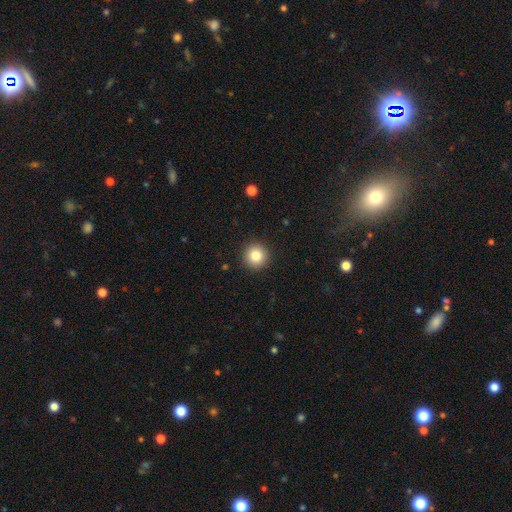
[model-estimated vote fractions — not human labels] Q: Smooth or featured?
A: smooth (83%); runner-up: star or artifact (10%)
Q: How rounded?
A: round (95%); runner-up: in between (4%)
Q: Merging?
A: none (92%); runner-up: minor disturbance (5%)